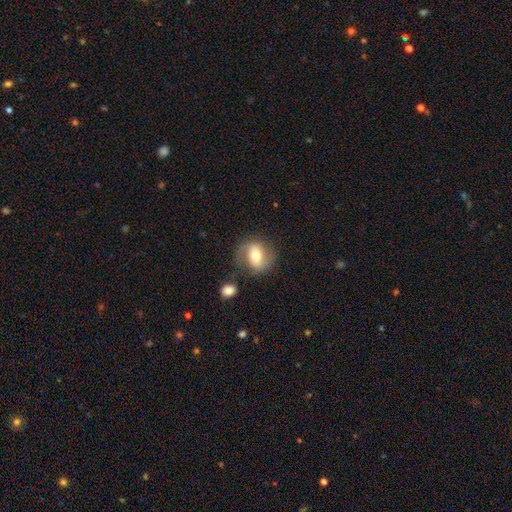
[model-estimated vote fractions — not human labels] This is possibly a featured or disk galaxy (50%). Merging: likely none (68%).